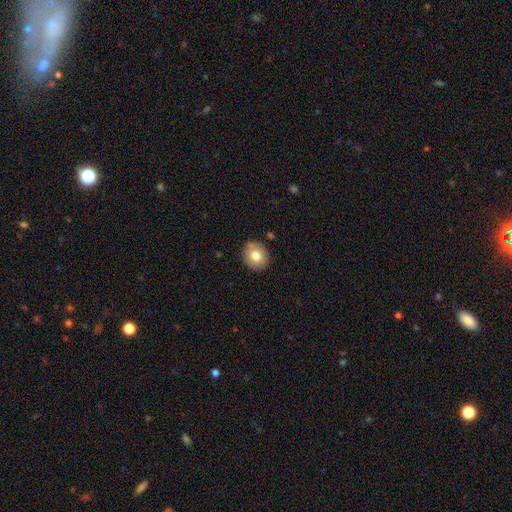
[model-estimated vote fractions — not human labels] This is likely a smooth galaxy (76%). How rounded: likely round (77%). Merging: clearly none (86%).